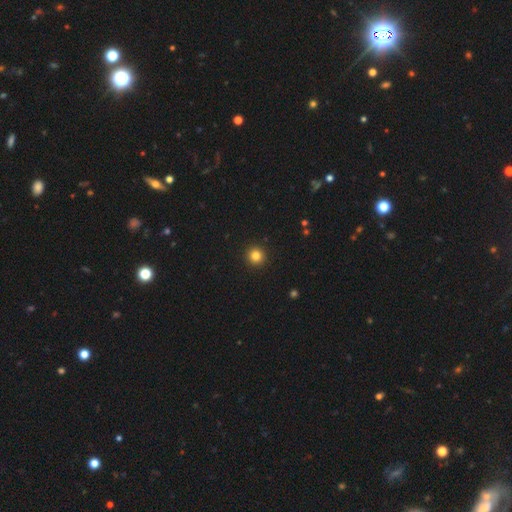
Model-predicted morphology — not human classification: Overall: smooth (83%). How rounded: round (95%). Merging: none (93%).